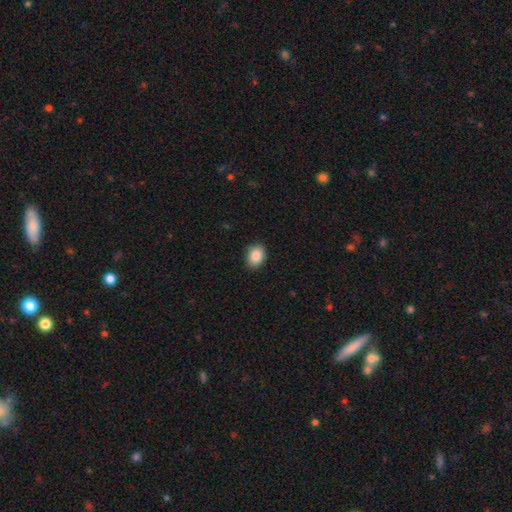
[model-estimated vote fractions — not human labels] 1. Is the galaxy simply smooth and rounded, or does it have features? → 86% smooth, 8% star or artifact, 6% featured or disk.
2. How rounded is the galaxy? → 65% in between, 34% round, 1% cigar-shaped.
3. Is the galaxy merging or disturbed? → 86% none, 11% minor disturbance, 2% major disturbance, 1% merger.